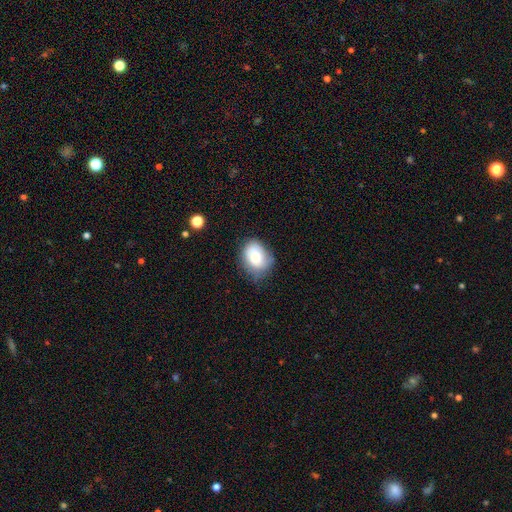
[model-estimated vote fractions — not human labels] Smooth or featured: smooth — 74% (featured or disk — 18%)
How rounded: in between — 64% (round — 35%)
Merging: none — 54% (minor disturbance — 34%)